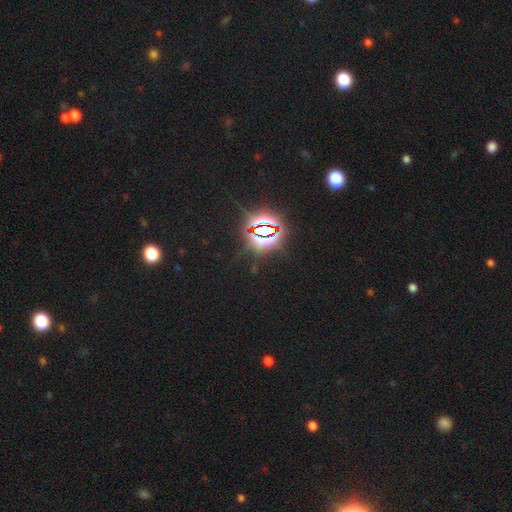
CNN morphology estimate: type=star or artifact (84%).